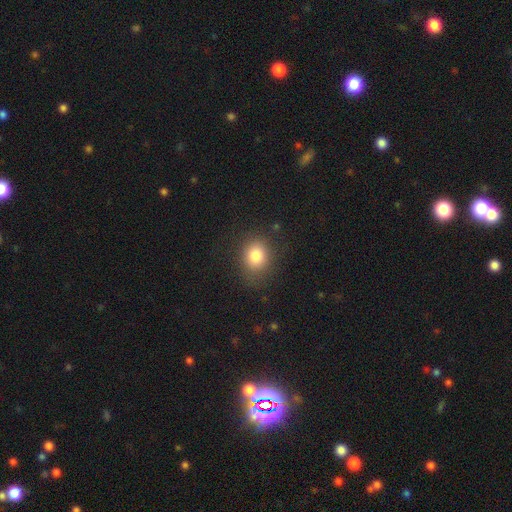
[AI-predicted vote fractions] This appears to be a smooth galaxy with no disk features (81%) that is round (63%). Merging: none (81%).